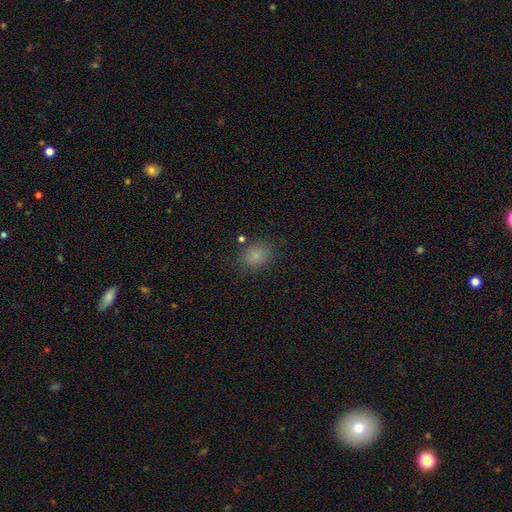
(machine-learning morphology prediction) Overall: smooth (80%). How rounded: in between (55%; round 44%). Merging: none (81%).